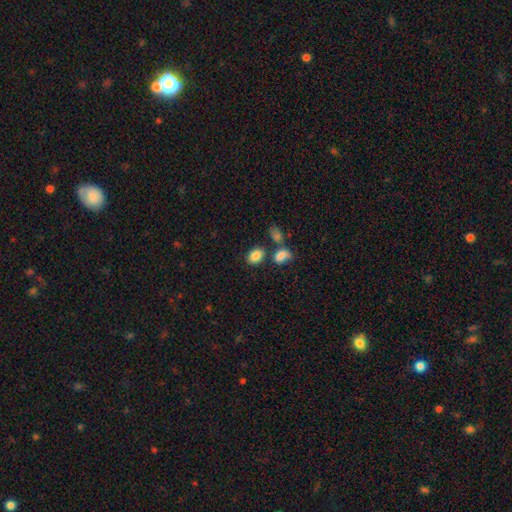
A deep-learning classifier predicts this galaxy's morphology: Overall: smooth (84%). How rounded: in between (72%). Merging: none (69%).